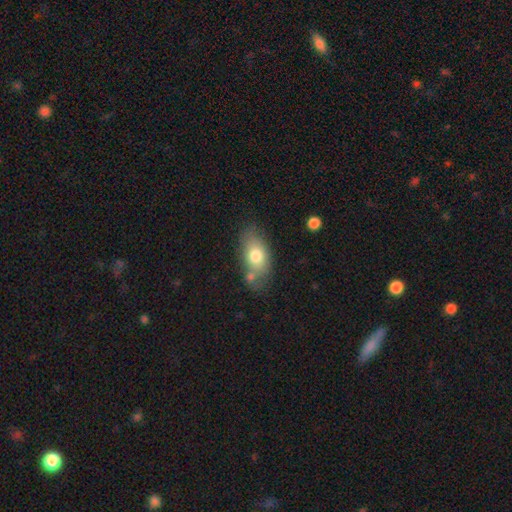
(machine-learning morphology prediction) Smooth or featured? Predicted: smooth (p=0.74). How rounded? Predicted: in between (p=0.89). Merging? Predicted: none (p=0.61).